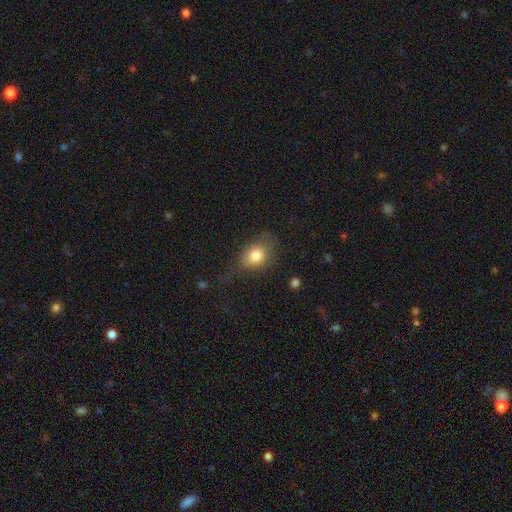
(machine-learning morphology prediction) Smooth or featured? smooth (80%)
How rounded? in between (67%)
Merging? none (53%)